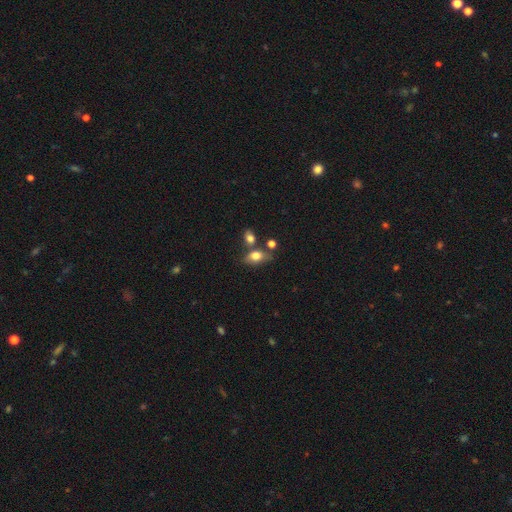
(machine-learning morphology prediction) A smooth galaxy with no disk features (75%) that is in between round and cigar-shaped (81%). Merging: none (56%).